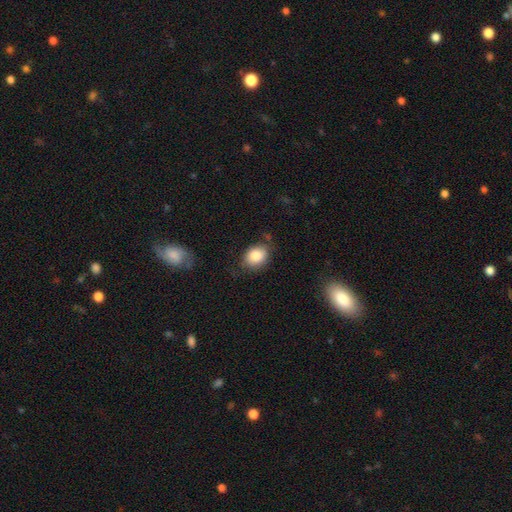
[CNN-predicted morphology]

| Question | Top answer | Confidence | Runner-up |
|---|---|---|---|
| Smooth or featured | smooth | 84% | star or artifact (8%) |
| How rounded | in between | 54% | round (45%) |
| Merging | none | 72% | minor disturbance (20%) |